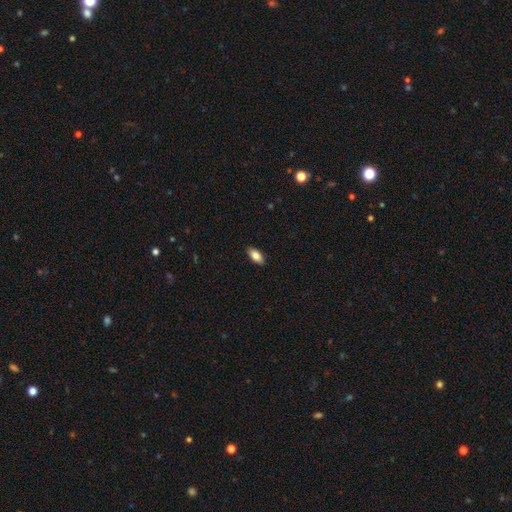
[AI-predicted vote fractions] Smooth or featured? smooth (84%)
How rounded? in between (90%)
Merging? none (89%)